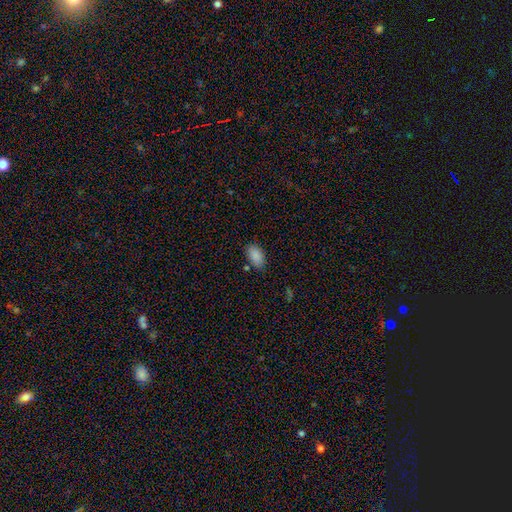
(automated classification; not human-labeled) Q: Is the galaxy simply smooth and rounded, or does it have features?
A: smooth — 88%.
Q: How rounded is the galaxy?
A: in between — 93%.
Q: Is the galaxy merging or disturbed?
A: none — 80%.